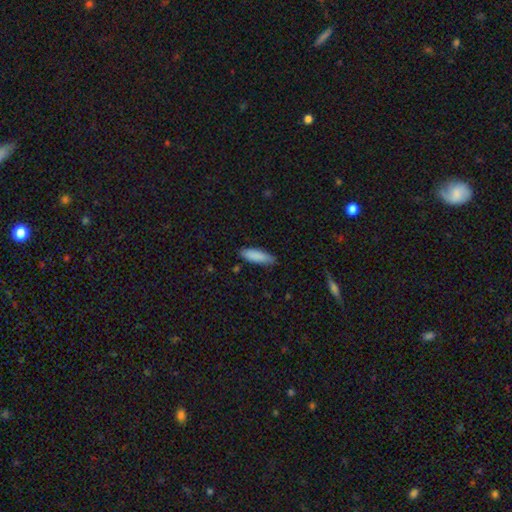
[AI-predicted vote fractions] A smooth galaxy with no disk features (88%) that is cigar-shaped (55%). Merging: none (80%).